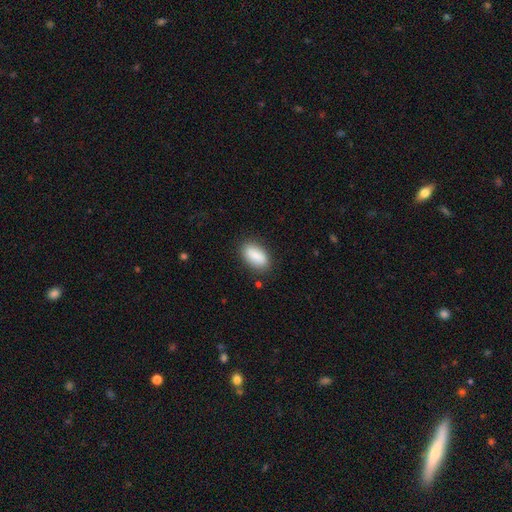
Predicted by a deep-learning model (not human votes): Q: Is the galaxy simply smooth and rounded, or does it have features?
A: smooth — 87%.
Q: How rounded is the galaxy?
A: in between — 91%.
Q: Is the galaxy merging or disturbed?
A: none — 84%.